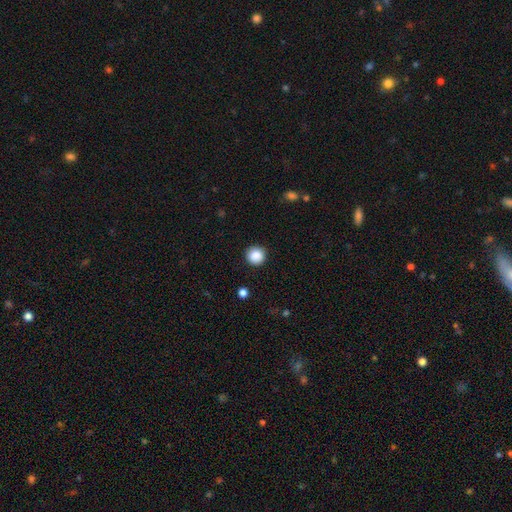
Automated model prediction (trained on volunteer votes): Smooth or featured? Predicted: smooth (p=0.88). How rounded? Predicted: round (p=0.95). Merging? Predicted: none (p=0.91).